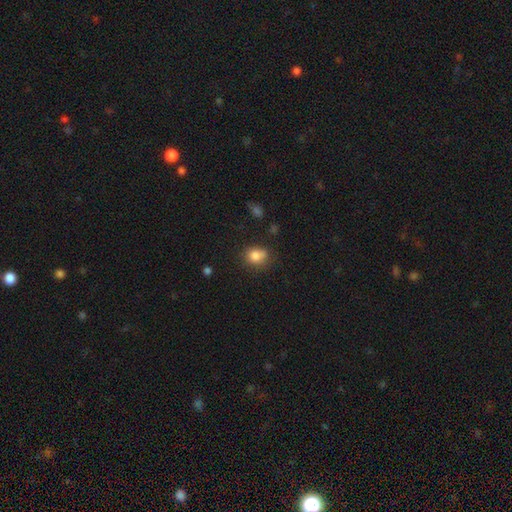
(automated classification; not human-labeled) Smooth or featured?
  - smooth: 81% *
  - star or artifact: 11%
  - featured or disk: 8%
How rounded?
  - round: 55% *
  - in between: 44%
  - cigar-shaped: 1%
Merging?
  - none: 59% *
  - minor disturbance: 24%
  - merger: 9%
  - major disturbance: 7%